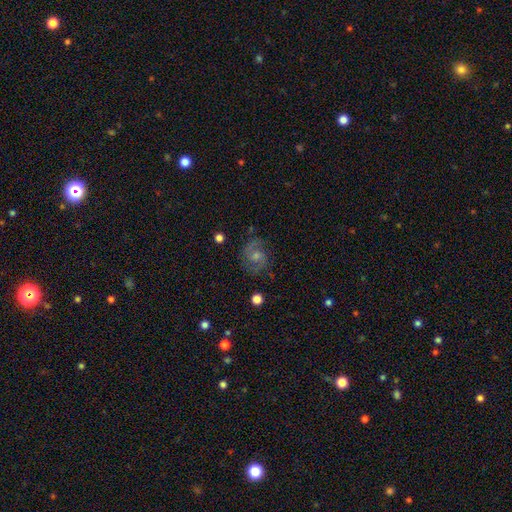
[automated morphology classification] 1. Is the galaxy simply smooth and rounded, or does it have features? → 61% featured or disk, 27% smooth, 12% star or artifact.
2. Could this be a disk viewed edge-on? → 97% no, 3% yes.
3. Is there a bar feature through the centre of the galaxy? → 61% no, 34% weak, 5% strong.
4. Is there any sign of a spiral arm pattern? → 89% yes, 11% no.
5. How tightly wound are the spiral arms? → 52% medium, 26% tight, 22% loose.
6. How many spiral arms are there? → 82% 2, 10% can't tell, 4% 1, 2% 3, 1% 4, 1% more than 4.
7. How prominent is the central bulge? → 49% moderate, 34% small, 9% none, 7% large, 1% dominant.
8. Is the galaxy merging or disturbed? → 73% none, 17% minor disturbance, 8% major disturbance, 2% merger.